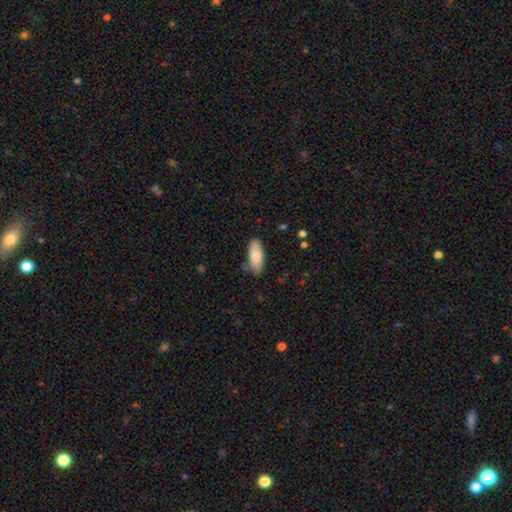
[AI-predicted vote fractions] A smooth galaxy with no disk features (83%) that is in between round and cigar-shaped (81%).

Vote fractions:
- Smooth or featured? smooth: 83% / featured or disk: 12% / star or artifact: 6%
- How rounded? in between: 81% / cigar-shaped: 17% / round: 2%
- Merging? none: 77% / minor disturbance: 18% / major disturbance: 3% / merger: 3%